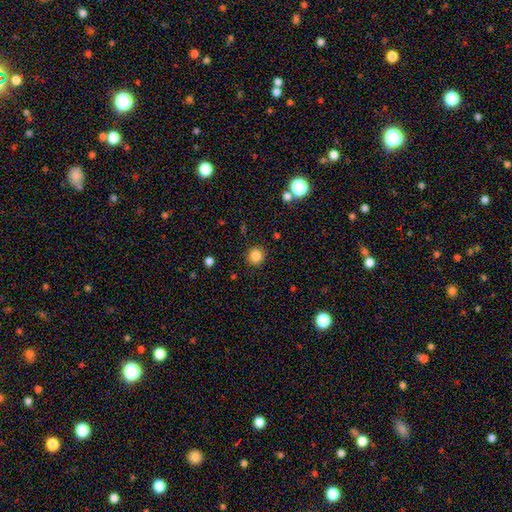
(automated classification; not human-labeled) smooth 84%, star or artifact 12%, featured or disk 4%. Down the decision tree: how rounded — round (91%); merging — none (90%).